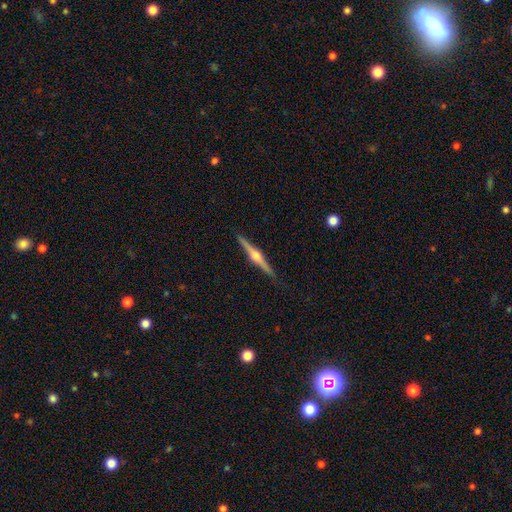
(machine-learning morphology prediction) This appears to be a featured or disk galaxy (83%) viewed edge-on (99%) with a rounded central bulge (94%). Merging: none (91%).